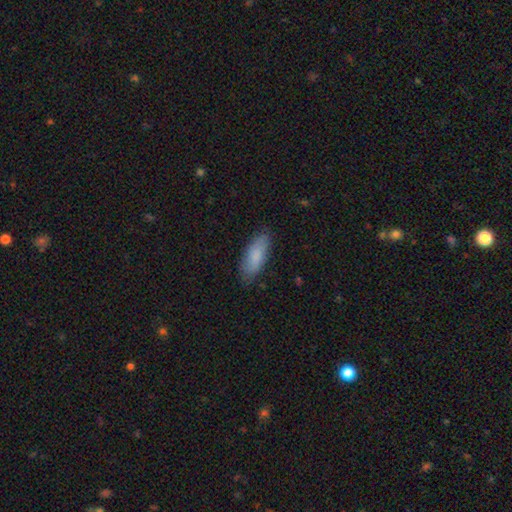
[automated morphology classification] type=smooth (85%); roundness=in between (69%); merging=none (83%).